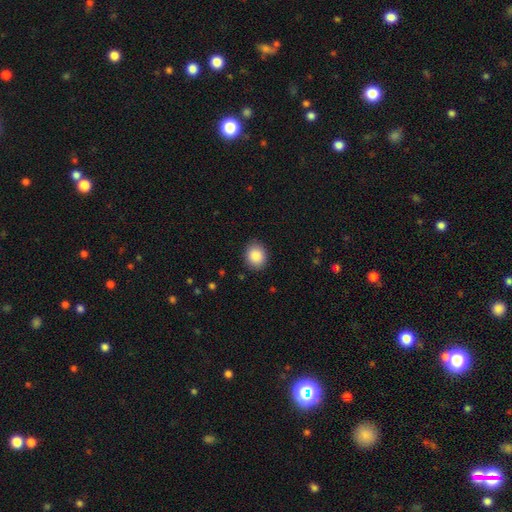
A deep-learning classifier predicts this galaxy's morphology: Q: Smooth or featured?
A: smooth (88%); runner-up: star or artifact (8%)
Q: How rounded?
A: round (61%); runner-up: in between (38%)
Q: Merging?
A: none (88%); runner-up: minor disturbance (9%)